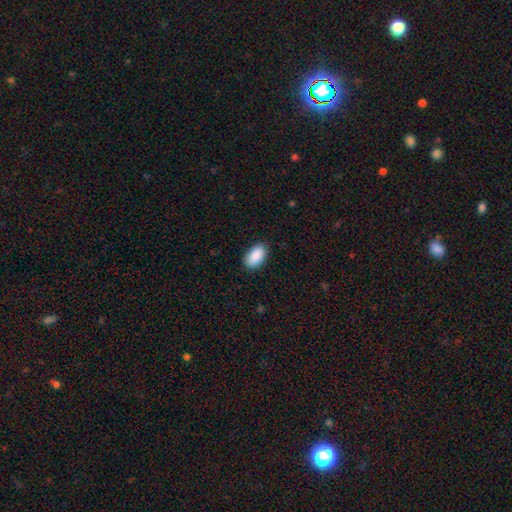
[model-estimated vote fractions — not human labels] Morphology: type=smooth (90%); roundness=in between (94%); merging=none (86%).